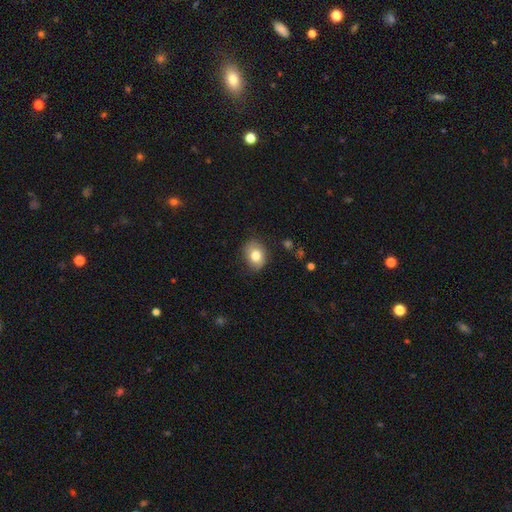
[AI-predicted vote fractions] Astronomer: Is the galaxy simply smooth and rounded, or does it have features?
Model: smooth — 79%.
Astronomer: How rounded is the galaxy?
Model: in between — 59% (runner-up: round, 40%).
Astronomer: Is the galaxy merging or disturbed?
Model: none — 76%.